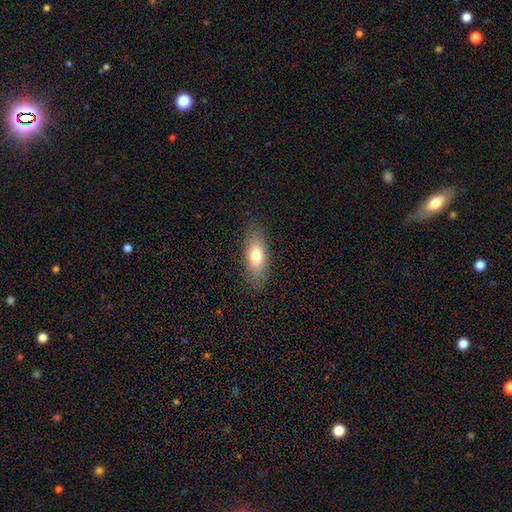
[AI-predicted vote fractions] smooth-or-featured: smooth: 73% | featured or disk: 19% | star or artifact: 7%
  how-rounded: in between: 76% | cigar-shaped: 21% | round: 4%
  merging: none: 84% | minor disturbance: 12% | major disturbance: 3% | merger: 1%